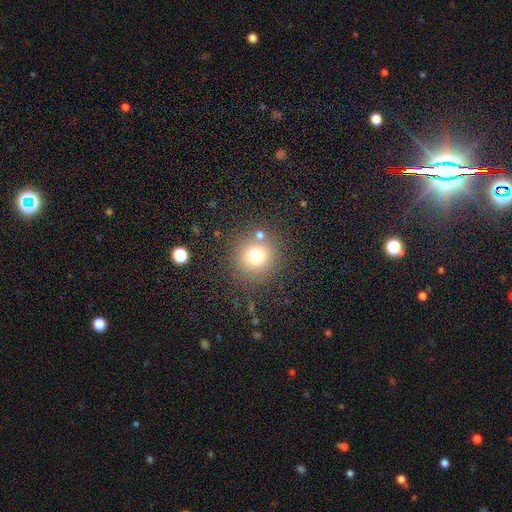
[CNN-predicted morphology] A smooth galaxy with no disk features (73%) that is round (91%). Merging: none (76%).